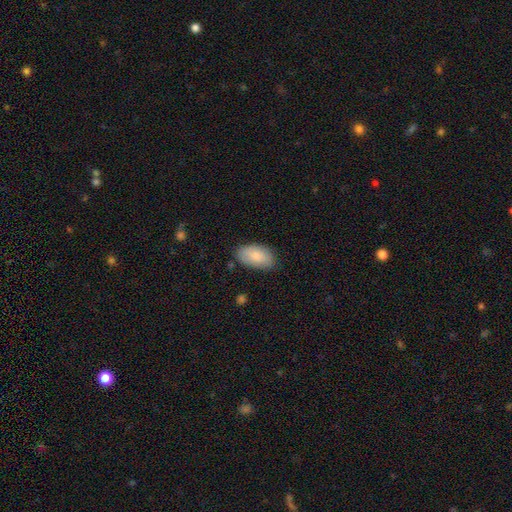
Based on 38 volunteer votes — smooth_or_featured: smooth (p=0.82) [alt: featured or disk p=0.11]
how_rounded: in between (p=1.00)
merging: none (p=0.89) [alt: minor disturbance p=0.06]